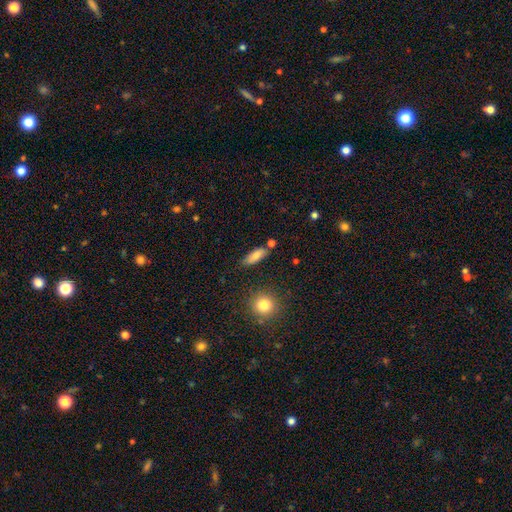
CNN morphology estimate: Smooth or featured: smooth — 81% (featured or disk — 11%)
How rounded: in between — 60% (cigar-shaped — 37%)
Merging: none — 74% (minor disturbance — 15%)